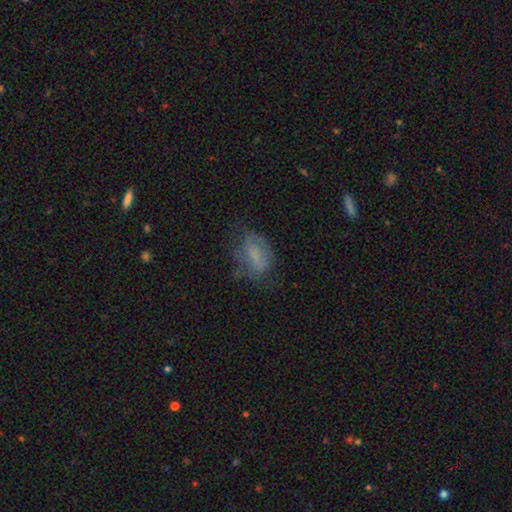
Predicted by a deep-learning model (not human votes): A smooth galaxy with no disk features (61%) that is in between round and cigar-shaped (84%).

Vote fractions:
- Smooth or featured? smooth: 61% / featured or disk: 28% / star or artifact: 11%
- How rounded? in between: 84% / round: 12% / cigar-shaped: 5%
- Merging? none: 51% / minor disturbance: 27% / major disturbance: 20% / merger: 2%